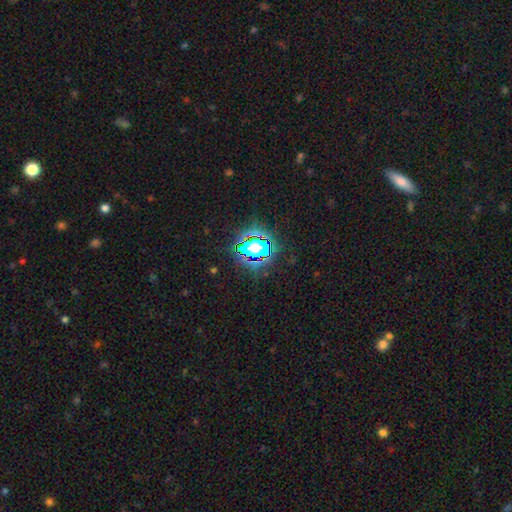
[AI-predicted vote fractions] Overall: star or artifact (65%).